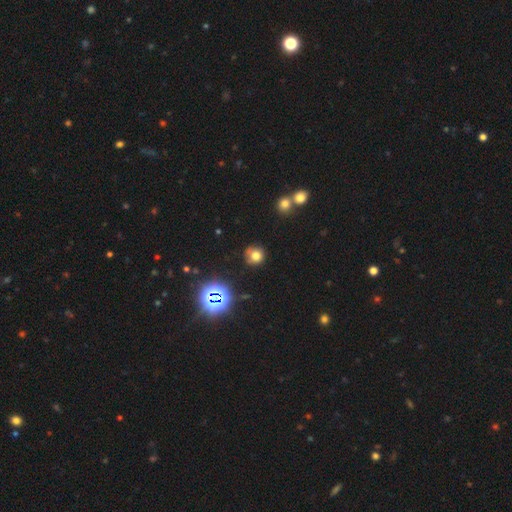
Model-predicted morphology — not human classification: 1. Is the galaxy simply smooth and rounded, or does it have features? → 69% smooth, 21% star or artifact, 11% featured or disk.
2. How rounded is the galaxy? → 87% round, 12% in between, 1% cigar-shaped.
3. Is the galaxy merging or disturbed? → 69% none, 18% minor disturbance, 6% major disturbance, 6% merger.